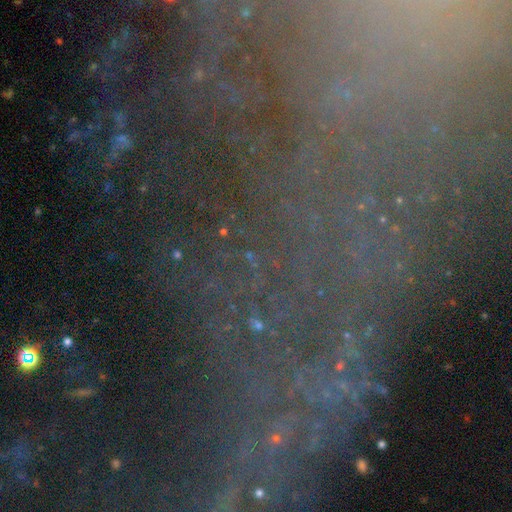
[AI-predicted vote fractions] A star or artifact, not a galaxy (72%).

Vote fractions:
- Smooth or featured? star or artifact: 72% / featured or disk: 17% / smooth: 11%